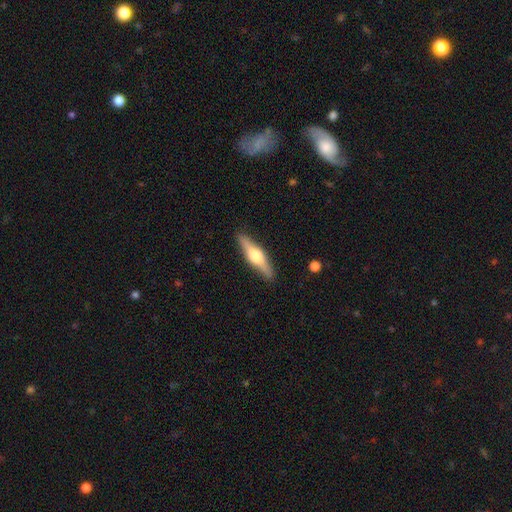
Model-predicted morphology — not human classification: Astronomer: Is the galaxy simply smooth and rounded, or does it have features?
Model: featured or disk — 62%.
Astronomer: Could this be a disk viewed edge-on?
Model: yes — 96%.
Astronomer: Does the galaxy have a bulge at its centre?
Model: rounded — 93%.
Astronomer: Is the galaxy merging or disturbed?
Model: none — 89%.